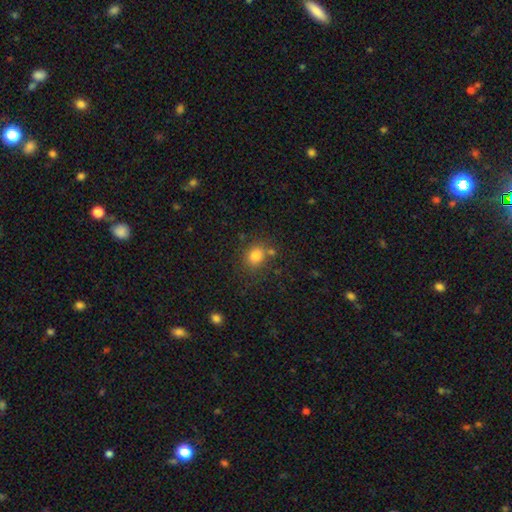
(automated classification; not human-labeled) smooth_or_featured: smooth (p=0.80) [alt: star or artifact p=0.12]
how_rounded: round (p=0.61) [alt: in between p=0.38]
merging: none (p=0.71) [alt: minor disturbance p=0.13]